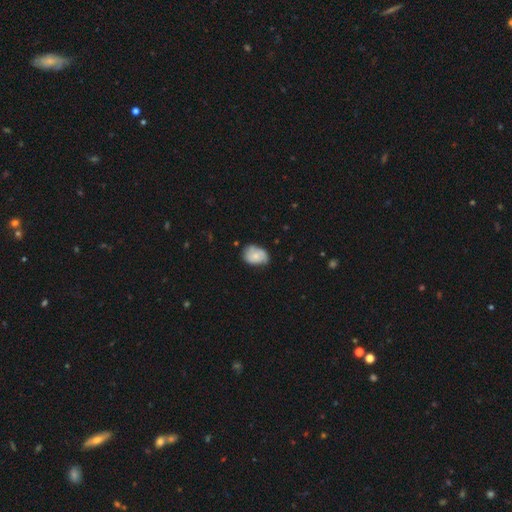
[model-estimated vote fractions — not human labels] A smooth galaxy with no disk features (59%) that is in between round and cigar-shaped (77%).

Vote fractions:
- Smooth or featured? smooth: 59% / featured or disk: 33% / star or artifact: 7%
- How rounded? in between: 77% / round: 22% / cigar-shaped: 1%
- Merging? none: 55% / minor disturbance: 34% / major disturbance: 8% / merger: 3%